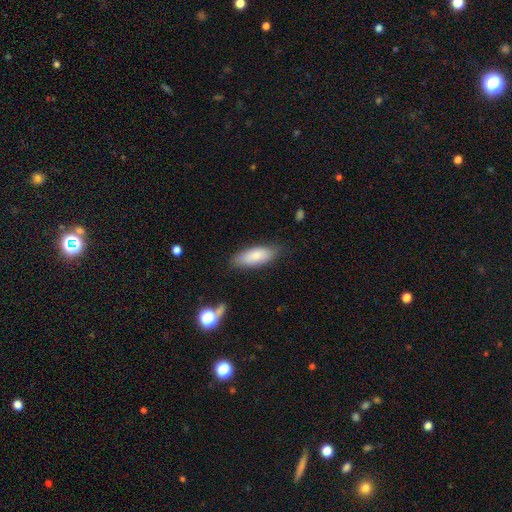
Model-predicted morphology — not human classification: Smooth or featured? smooth (76%)
How rounded? in between (78%)
Merging? none (77%)